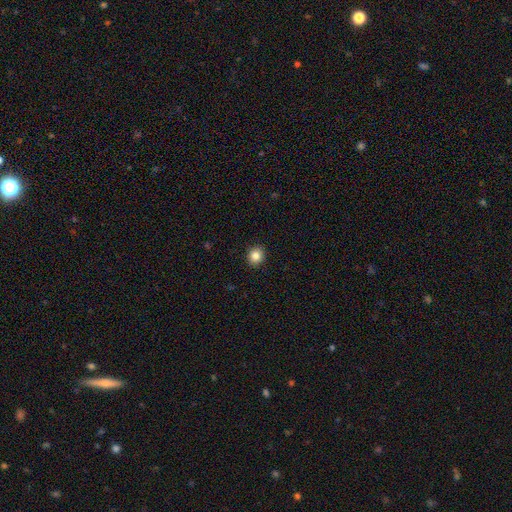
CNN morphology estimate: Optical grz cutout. It shows a smooth galaxy with no disk features (84%) that is round (79%). Merging: none (92%).